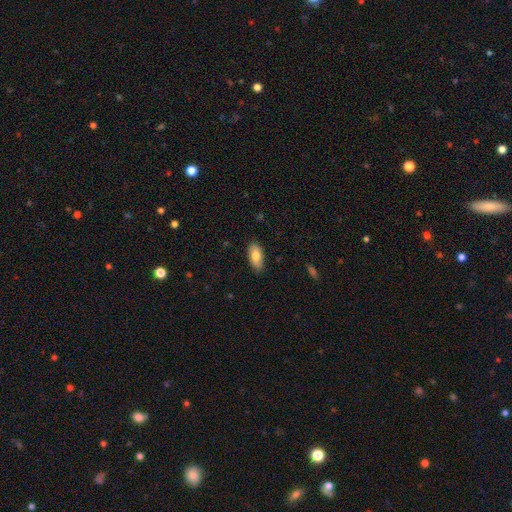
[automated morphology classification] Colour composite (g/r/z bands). It shows a smooth galaxy with no disk features (81%) that is in between round and cigar-shaped (89%). Merging: none (83%).